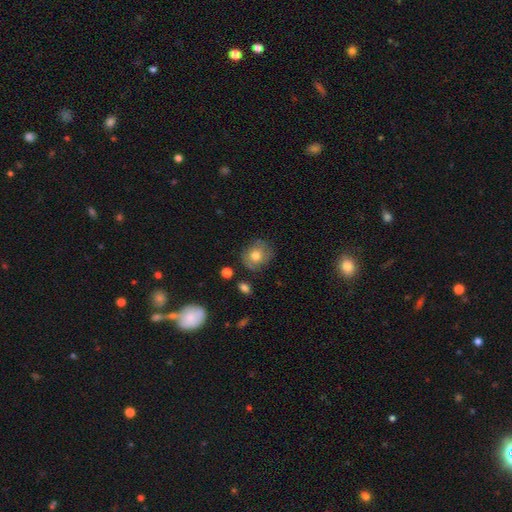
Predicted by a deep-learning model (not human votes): Q: Smooth or featured?
A: smooth (71%); runner-up: featured or disk (20%)
Q: How rounded?
A: round (77%); runner-up: in between (22%)
Q: Merging?
A: none (76%); runner-up: minor disturbance (17%)